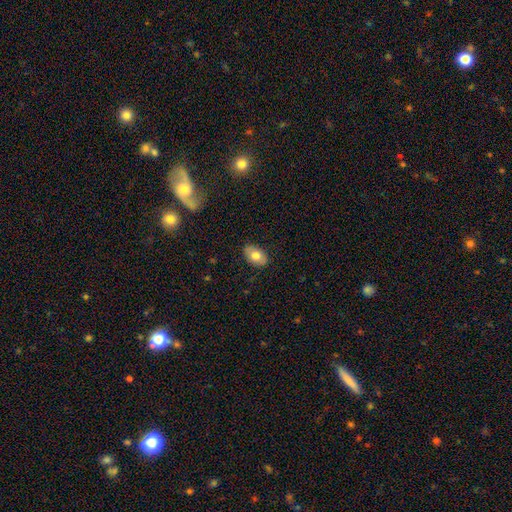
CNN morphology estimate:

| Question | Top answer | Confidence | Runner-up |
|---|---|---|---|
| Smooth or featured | smooth | 77% | featured or disk (16%) |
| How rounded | in between | 88% | round (11%) |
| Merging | none | 86% | minor disturbance (11%) |